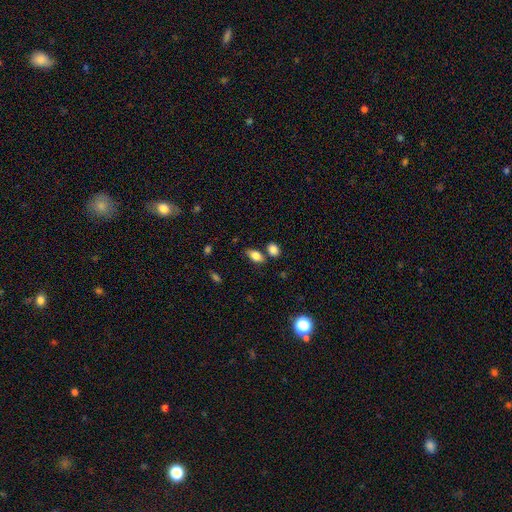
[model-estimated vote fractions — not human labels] This appears to be a smooth galaxy with no disk features (82%) that is in between round and cigar-shaped (87%). Merging: none (68%).